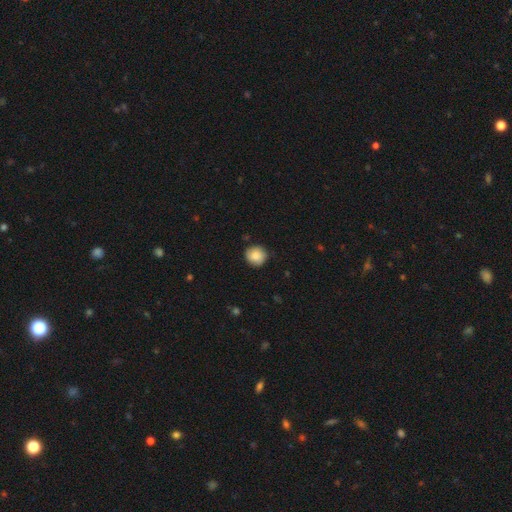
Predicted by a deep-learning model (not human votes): This appears to be a smooth galaxy with no disk features (86%) that is round (91%). Merging: none (86%).